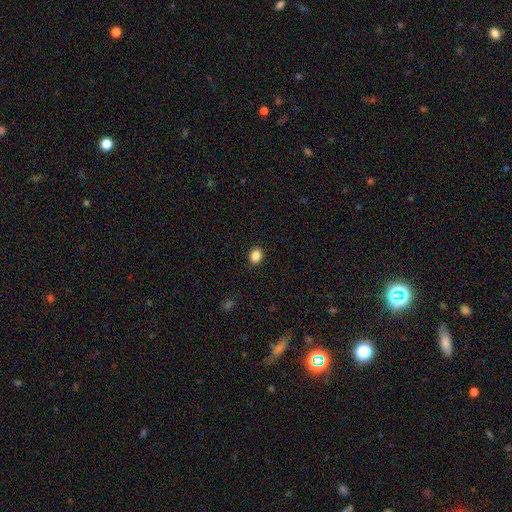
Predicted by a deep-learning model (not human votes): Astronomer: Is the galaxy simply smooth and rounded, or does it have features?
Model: smooth — 87%.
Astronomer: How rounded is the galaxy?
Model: round — 55% (runner-up: in between, 44%).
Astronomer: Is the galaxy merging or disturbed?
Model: none — 91%.